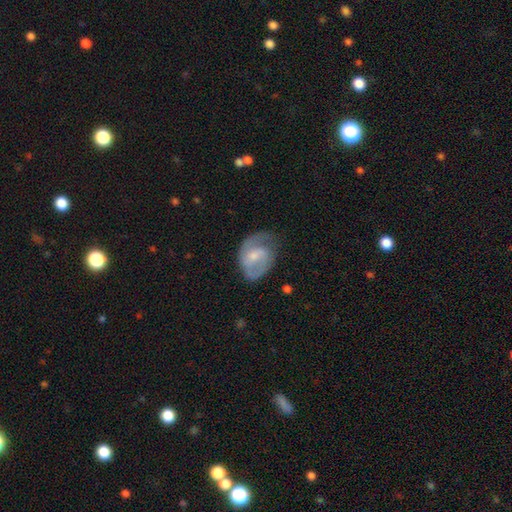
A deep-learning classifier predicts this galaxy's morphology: The model was most divided on "bulge size" (2-way tie): moderate: 42%, small: 42%, none: 10%, large: 5%, dominant: 1%. Remaining: edge-on disk — no (97%); spiral arms — yes (80%); smooth or featured — featured or disk (61%); bar — weak (48%); merging — none (48%).